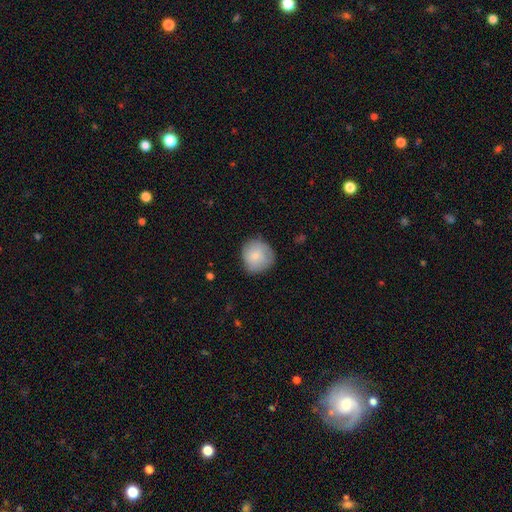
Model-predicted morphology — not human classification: type=smooth (82%); roundness=round (91%); merging=none (77%).